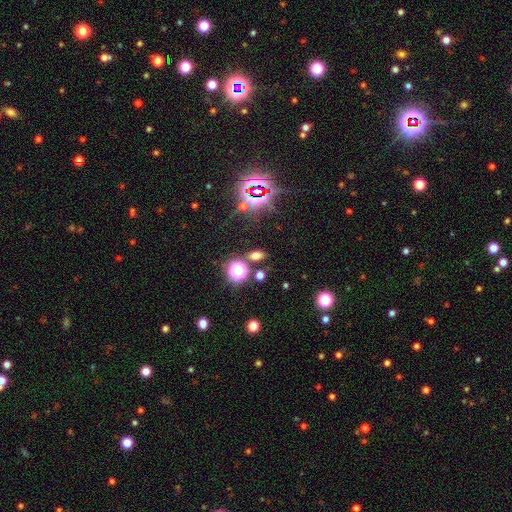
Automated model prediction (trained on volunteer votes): smooth_or_featured: smooth (p=0.56) [alt: star or artifact p=0.34]
how_rounded: in between (p=0.75) [alt: round p=0.19]
merging: none (p=0.81) [alt: minor disturbance p=0.10]